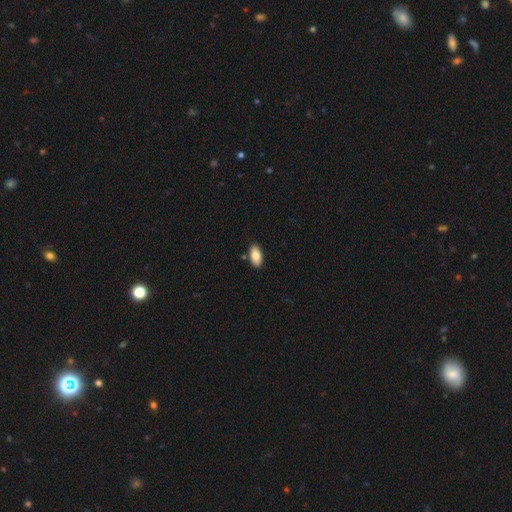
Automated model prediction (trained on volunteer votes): Overall: smooth (85%). How rounded: in between (93%). Merging: none (86%).